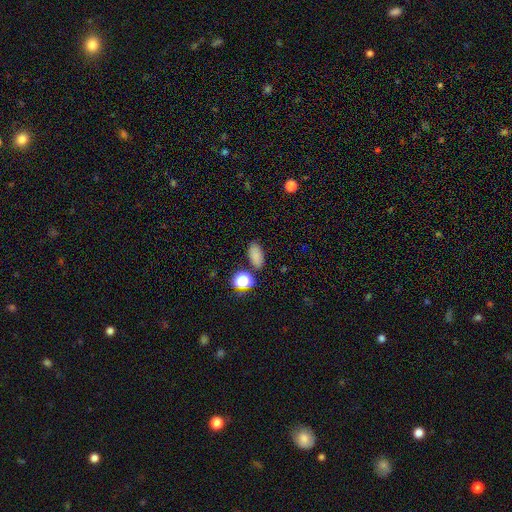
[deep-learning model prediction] This appears to be a smooth galaxy with no disk features (80%) that is in between round and cigar-shaped (88%). Merging: none (78%).